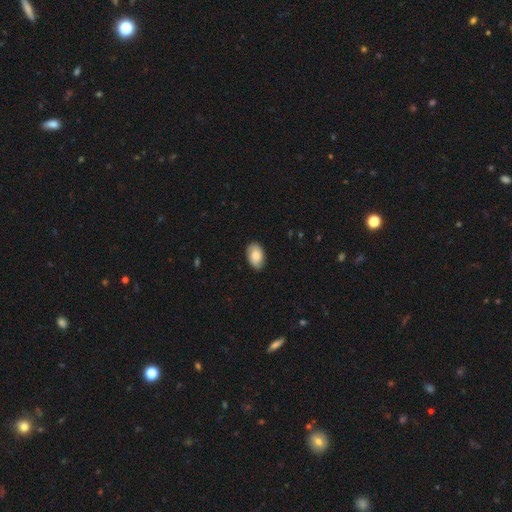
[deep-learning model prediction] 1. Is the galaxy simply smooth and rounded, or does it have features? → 77% smooth, 16% featured or disk, 7% star or artifact.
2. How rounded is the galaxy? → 92% in between, 7% round, 1% cigar-shaped.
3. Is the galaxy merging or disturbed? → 84% none, 12% minor disturbance, 2% major disturbance, 1% merger.